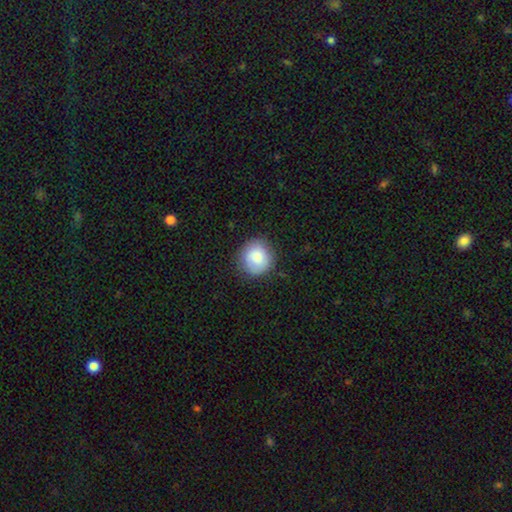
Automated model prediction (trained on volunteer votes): Overall: smooth (82%). How rounded: round (90%). Merging: none (85%).